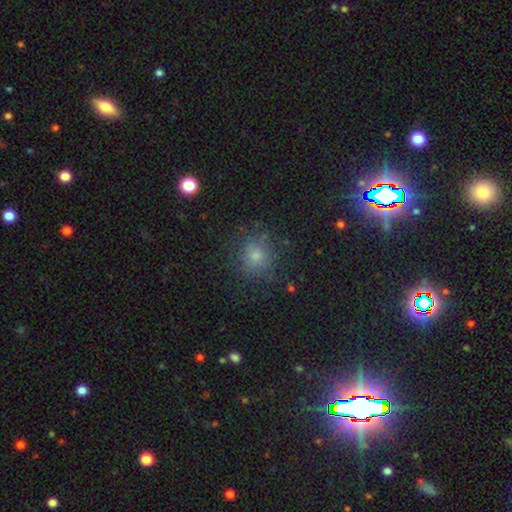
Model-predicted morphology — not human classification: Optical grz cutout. It shows a smooth galaxy with no disk features (72%) that is round (84%). Merging: none (80%).